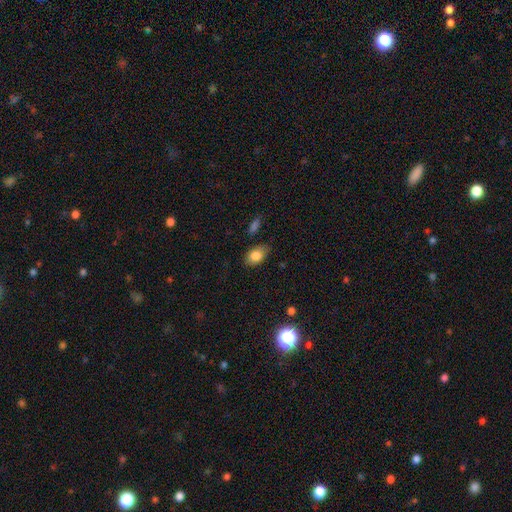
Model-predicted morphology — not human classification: smooth_or_featured: smooth (p=0.83) [alt: featured or disk p=0.09]
how_rounded: in between (p=0.88) [alt: round p=0.11]
merging: none (p=0.77) [alt: minor disturbance p=0.16]